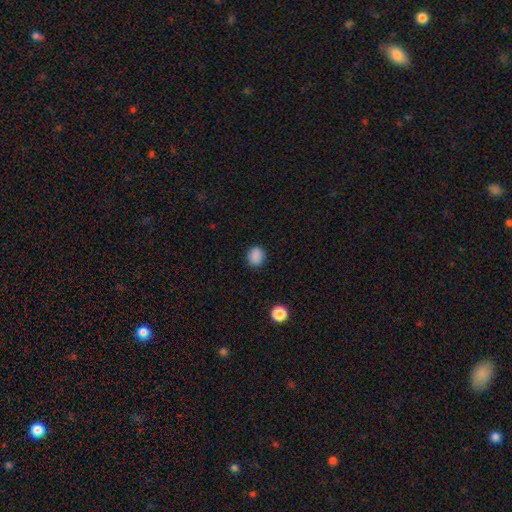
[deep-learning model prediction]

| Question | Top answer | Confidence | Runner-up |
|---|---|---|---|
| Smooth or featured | smooth | 87% | star or artifact (10%) |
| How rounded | round | 80% | in between (20%) |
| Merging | none | 88% | minor disturbance (8%) |